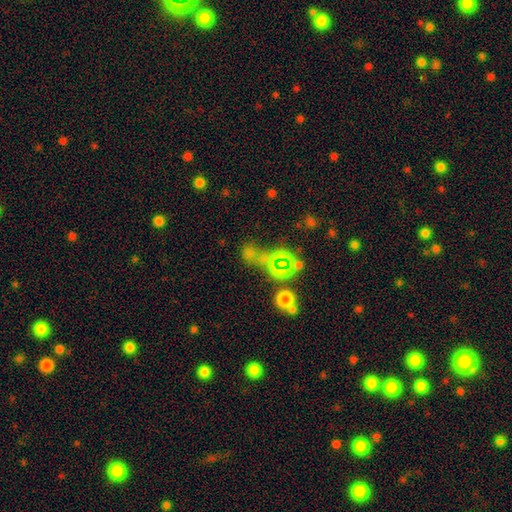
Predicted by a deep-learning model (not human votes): star or artifact 59%, smooth 30%, featured or disk 11%.